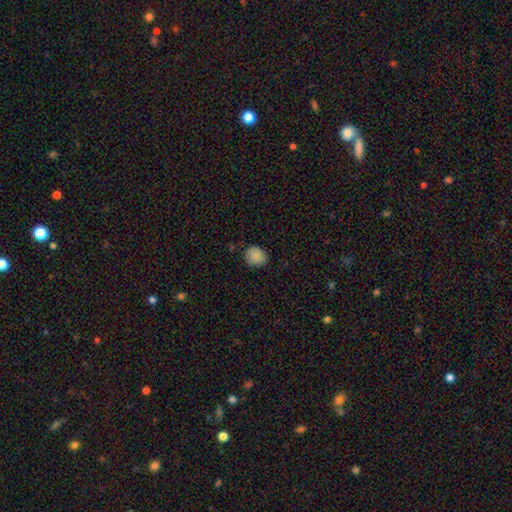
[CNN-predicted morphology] The model was most divided on "how rounded": round: 72%, in between: 27%, cigar-shaped: 1%. More confident: smooth or featured — smooth (87%); merging — none (81%).